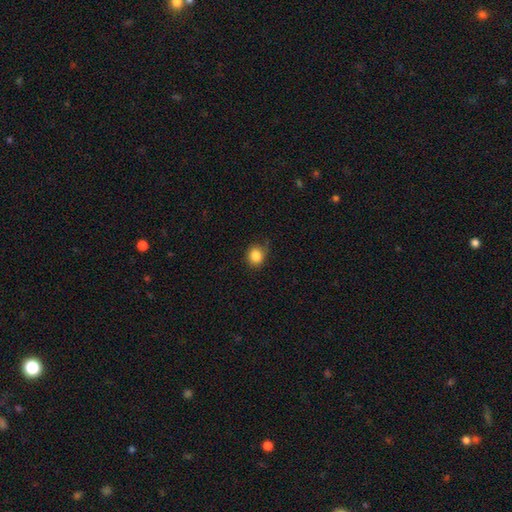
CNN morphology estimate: type=smooth (85%); roundness=round (77%); merging=none (75%).